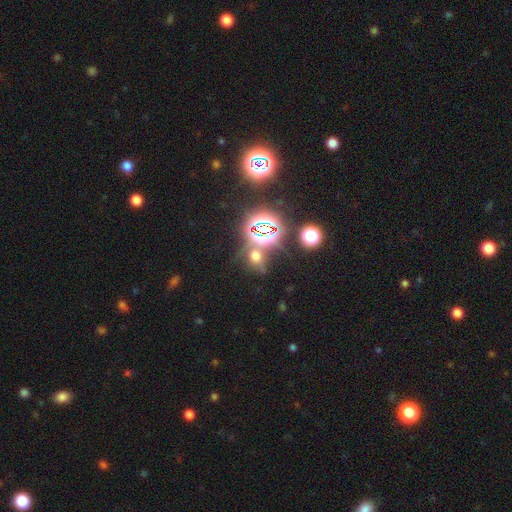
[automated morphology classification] A star or artifact, not a galaxy (50%).